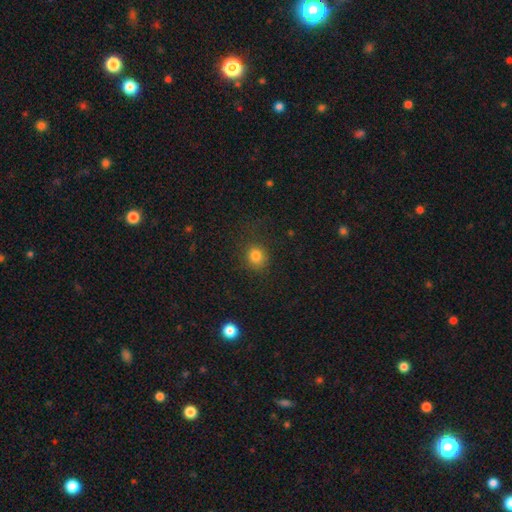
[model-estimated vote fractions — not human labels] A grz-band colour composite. It shows a smooth galaxy with no disk features (82%) that is round (83%). Merging: none (83%).